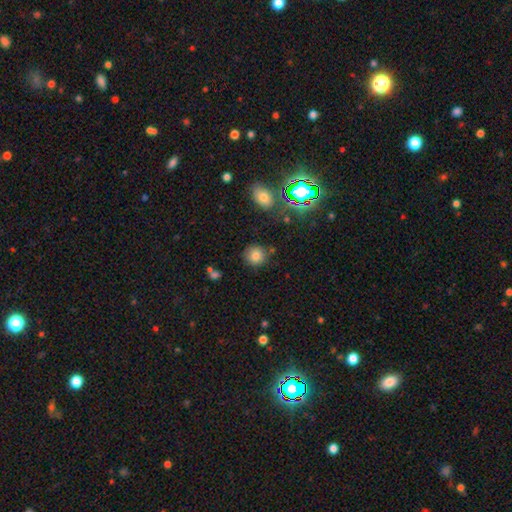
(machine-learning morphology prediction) The model was most divided on "smooth or featured": smooth: 77%, star or artifact: 15%, featured or disk: 8%. More confident: how rounded — round (89%); merging — none (83%).